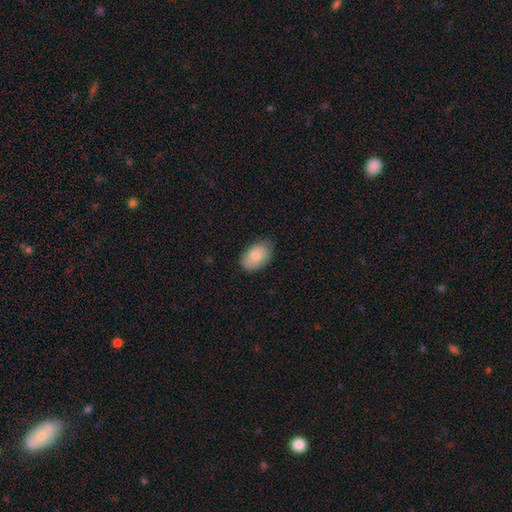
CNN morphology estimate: A smooth galaxy with no disk features (82%) that is in between round and cigar-shaped (90%).

Vote fractions:
- Smooth or featured? smooth: 82% / featured or disk: 11% / star or artifact: 7%
- How rounded? in between: 90% / round: 9% / cigar-shaped: 1%
- Merging? none: 77% / minor disturbance: 19% / major disturbance: 3% / merger: 1%